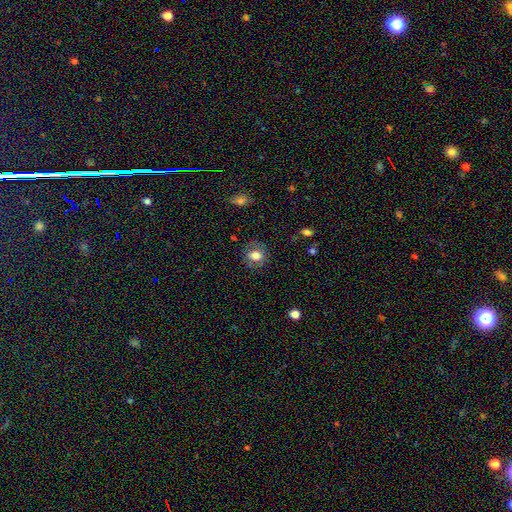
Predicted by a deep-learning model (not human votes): Smooth or featured: smooth — 70% (featured or disk — 21%)
How rounded: round — 67% (in between — 32%)
Merging: none — 80% (minor disturbance — 13%)